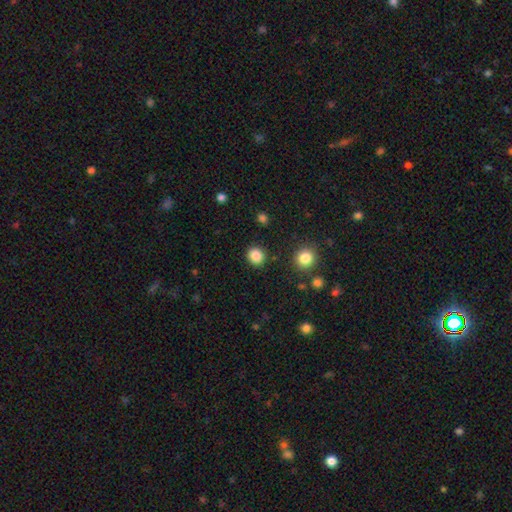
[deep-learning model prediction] smooth-or-featured: smooth: 86% | star or artifact: 10% | featured or disk: 4%
  how-rounded: round: 87% | in between: 12% | cigar-shaped: 1%
  merging: none: 90% | minor disturbance: 6% | major disturbance: 2% | merger: 2%